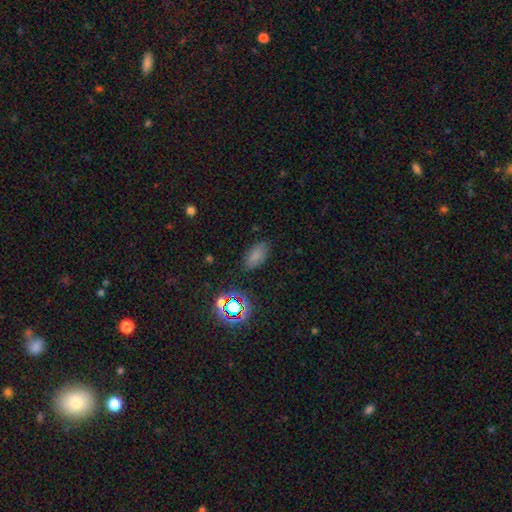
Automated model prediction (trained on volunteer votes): A smooth galaxy with no disk features (73%) that is in between round and cigar-shaped (90%). Merging: none (82%).